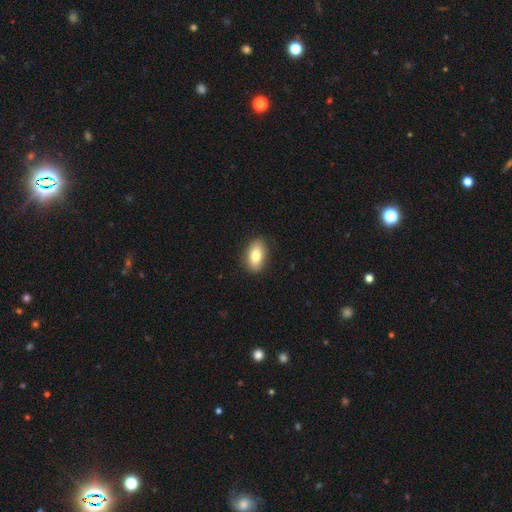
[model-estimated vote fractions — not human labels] Q: Smooth or featured?
A: smooth (82%); runner-up: featured or disk (11%)
Q: How rounded?
A: in between (90%); runner-up: round (6%)
Q: Merging?
A: none (87%); runner-up: minor disturbance (10%)